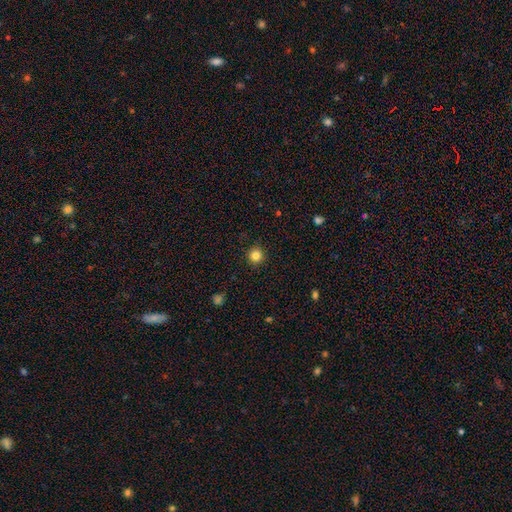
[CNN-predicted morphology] This is clearly a smooth galaxy (84%). How rounded: clearly round (95%). Merging: clearly none (92%).